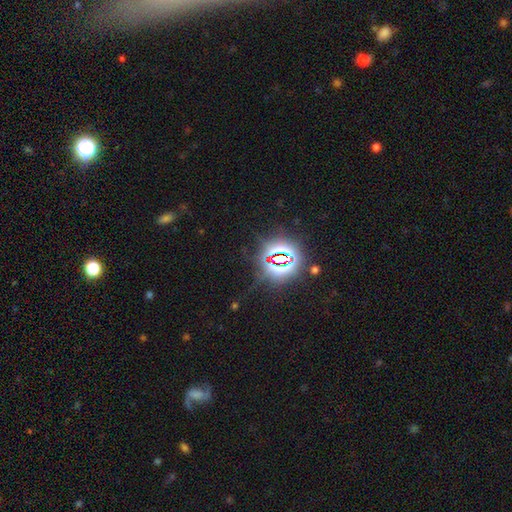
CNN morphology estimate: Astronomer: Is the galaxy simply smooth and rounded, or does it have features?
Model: star or artifact — 80%.